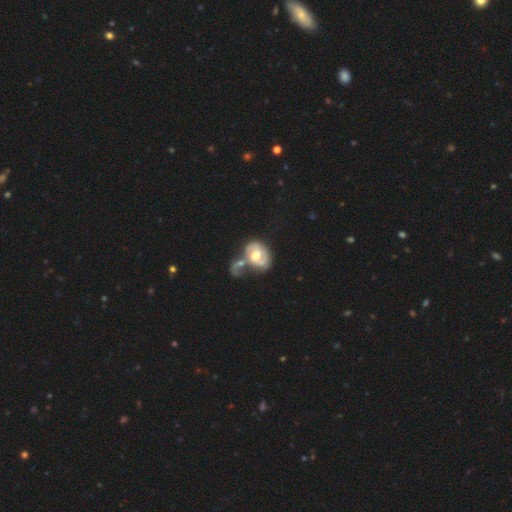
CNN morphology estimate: A featured or disk galaxy (73%) with no bar (64%), 2 (67%) tight (39%, tied with medium) spiral arms (76%) and a moderate central bulge (65%).

Vote fractions:
- Smooth or featured? featured or disk: 73% / smooth: 22% / star or artifact: 5%
- Edge-on disk? no: 97% / yes: 3%
- Bar? no: 64% / weak: 28% / strong: 8%
- Spiral arms? yes: 76% / no: 24%
- Spiral winding? tight: 39% (tied) / medium: 39% (tied) / loose: 22%
- Spiral arm count? 2: 67% / can't tell: 15% / 1: 13% / 3: 2% / 4: 1% / more than 4: 1%
- Bulge size? moderate: 65% / large: 26% / small: 5% / dominant: 2% / none: 1%
- Merging? merger: 56% / none: 18% / major disturbance: 15% / minor disturbance: 11%